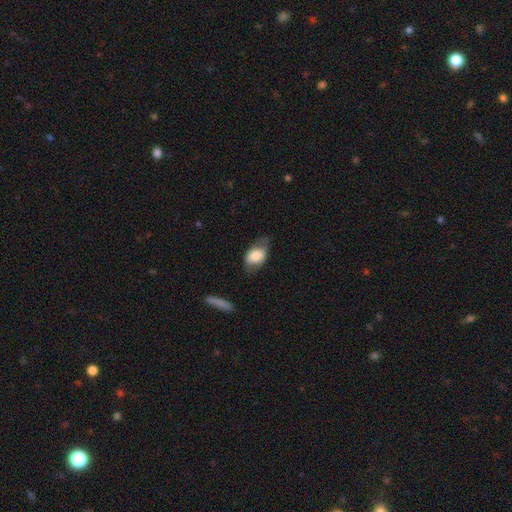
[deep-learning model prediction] The model was most divided on "merging": none: 50%, minor disturbance: 33%, major disturbance: 15%, merger: 2%. More confident: how rounded — in between (87%); smooth or featured — smooth (72%).